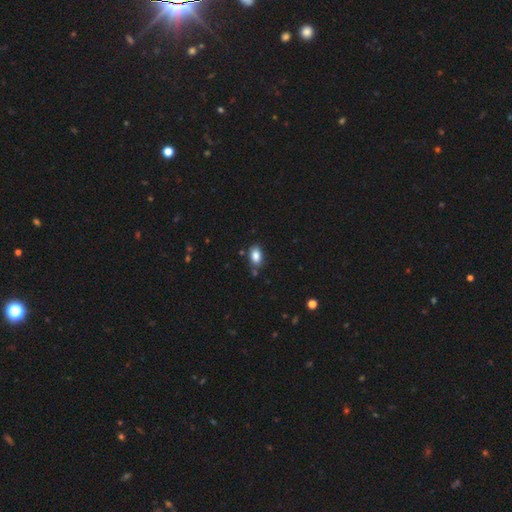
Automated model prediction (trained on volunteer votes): A smooth galaxy with no disk features (86%) that is in between round and cigar-shaped (89%). Merging: none (78%).